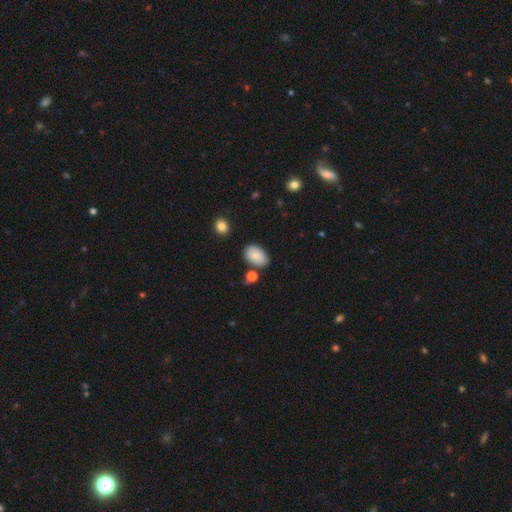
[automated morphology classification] A smooth galaxy with no disk features (80%) that is in between round and cigar-shaped (86%).

Vote fractions:
- Smooth or featured? smooth: 80% / featured or disk: 12% / star or artifact: 8%
- How rounded? in between: 86% / round: 12% / cigar-shaped: 1%
- Merging? none: 73% / minor disturbance: 16% / merger: 7% / major disturbance: 4%